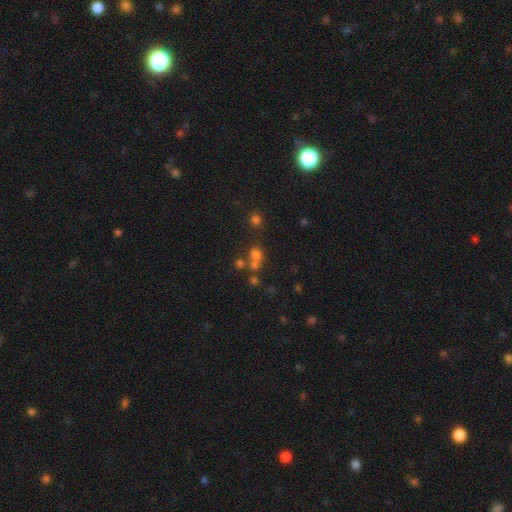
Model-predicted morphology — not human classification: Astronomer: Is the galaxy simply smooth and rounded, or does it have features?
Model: smooth — 60%.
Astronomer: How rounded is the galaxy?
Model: round — 80%.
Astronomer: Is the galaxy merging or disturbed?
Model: none — 46% (runner-up: merger, 41%).